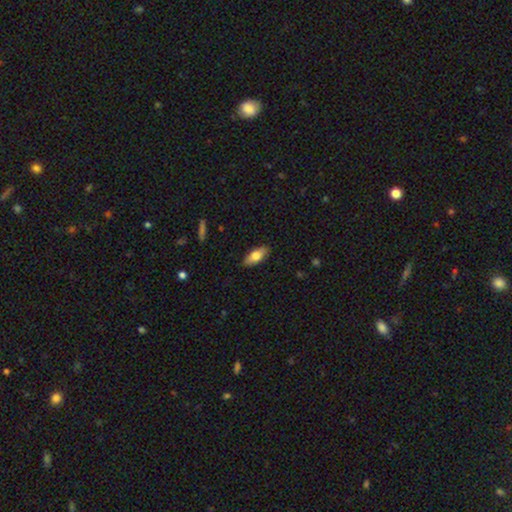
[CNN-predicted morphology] Smooth or featured? smooth (73%)
How rounded? in between (80%)
Merging? none (87%)